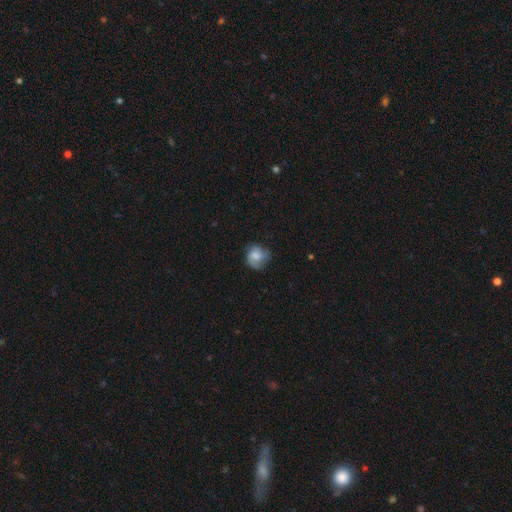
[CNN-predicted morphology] Smooth or featured: smooth — 53% (featured or disk — 39%)
How rounded: round — 74% (in between — 25%)
Merging: none — 59% (minor disturbance — 27%)